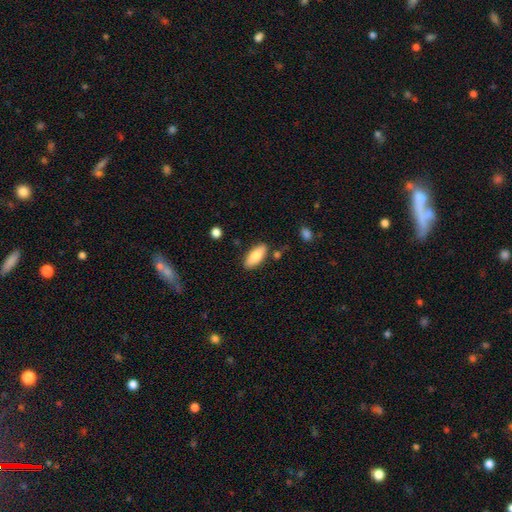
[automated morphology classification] Smooth or featured?
  - smooth: 78% *
  - featured or disk: 16%
  - star or artifact: 6%
How rounded?
  - in between: 81% *
  - cigar-shaped: 17%
  - round: 2%
Merging?
  - none: 84% *
  - minor disturbance: 11%
  - merger: 3%
  - major disturbance: 2%